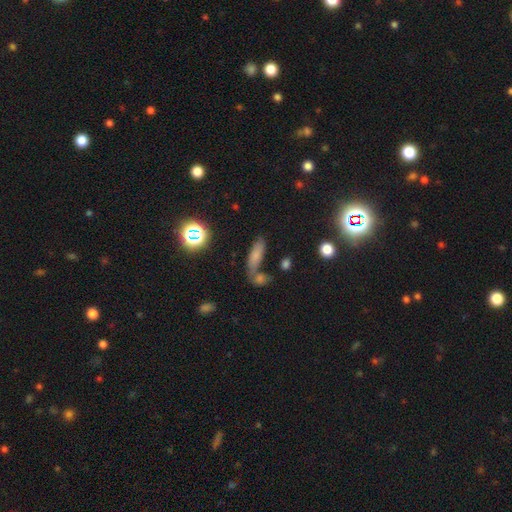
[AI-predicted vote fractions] Morphology: type=smooth (67%); roundness=in between (55%); merging=none (48%).